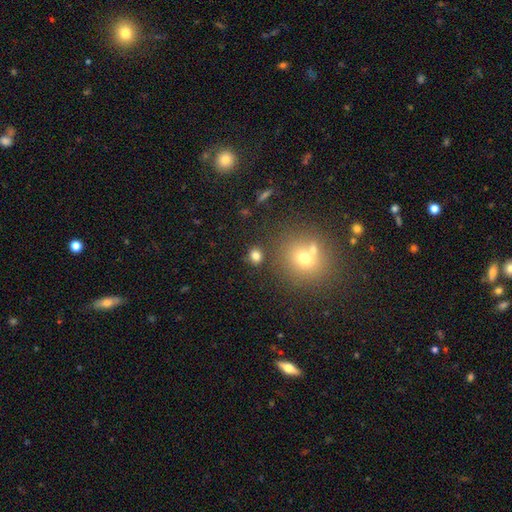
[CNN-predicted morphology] A smooth galaxy with no disk features (78%) that is round (73%).

Vote fractions:
- Smooth or featured? smooth: 78% / star or artifact: 15% / featured or disk: 7%
- How rounded? round: 73% / in between: 26% / cigar-shaped: 1%
- Merging? none: 79% / minor disturbance: 9% / merger: 9% / major disturbance: 3%